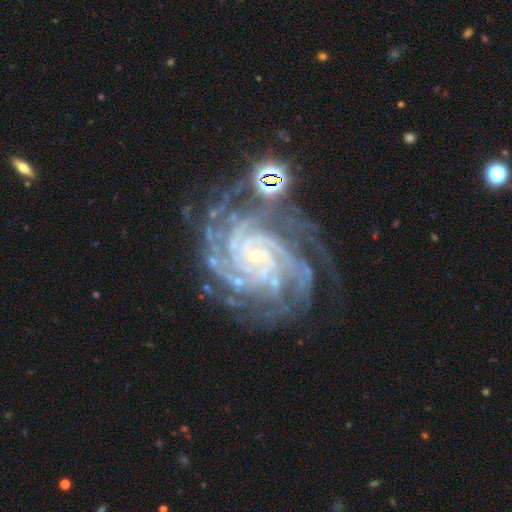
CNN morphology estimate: Smooth or featured? Predicted: featured or disk (p=0.92). Edge-on disk? Predicted: no (p=0.98). Bar? Predicted: no (p=0.65). Spiral arms? Predicted: yes (p=0.99). Spiral winding? Predicted: tight (p=0.80). Spiral arm count? Predicted: 4 (p=0.29). Bulge size? Predicted: small (p=0.87). Merging? Predicted: none (p=0.68).